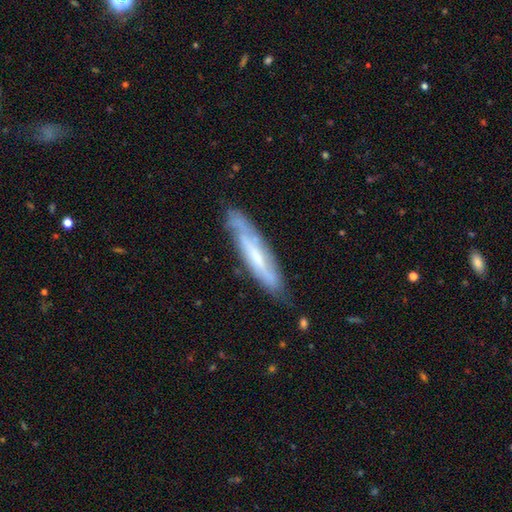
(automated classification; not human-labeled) Smooth or featured?
  - featured or disk: 63% *
  - smooth: 30%
  - star or artifact: 7%
Edge-on disk?
  - yes: 54% *
  - no: 46%
Merging?
  - none: 73% *
  - minor disturbance: 20%
  - major disturbance: 5%
  - merger: 2%